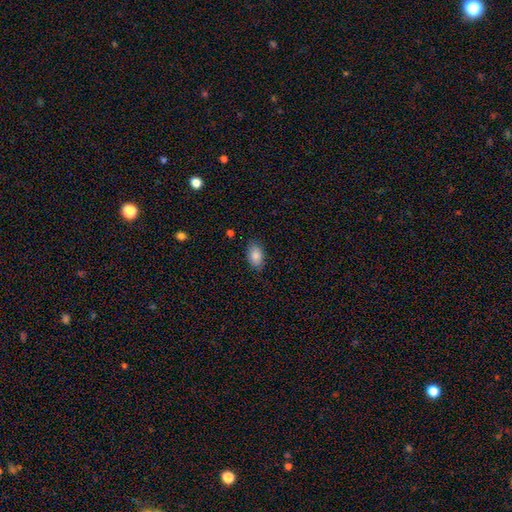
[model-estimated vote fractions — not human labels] smooth 85%, featured or disk 8%, star or artifact 7%. Down the decision tree: how rounded — in between (91%); merging — none (82%).